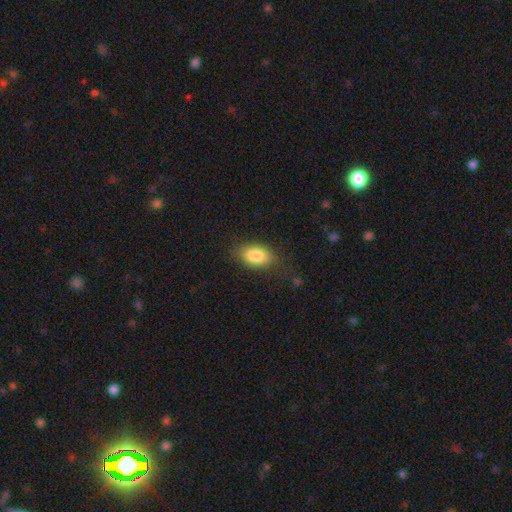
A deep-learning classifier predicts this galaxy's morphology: Overall: smooth (86%). How rounded: in between (88%). Merging: none (75%).